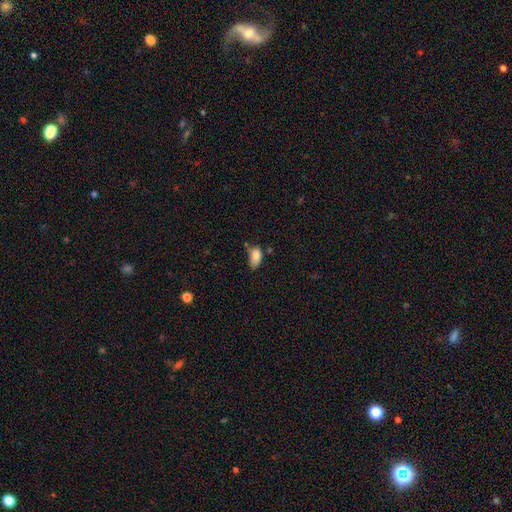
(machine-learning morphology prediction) Smooth or featured? smooth (84%)
How rounded? in between (91%)
Merging? none (42%)